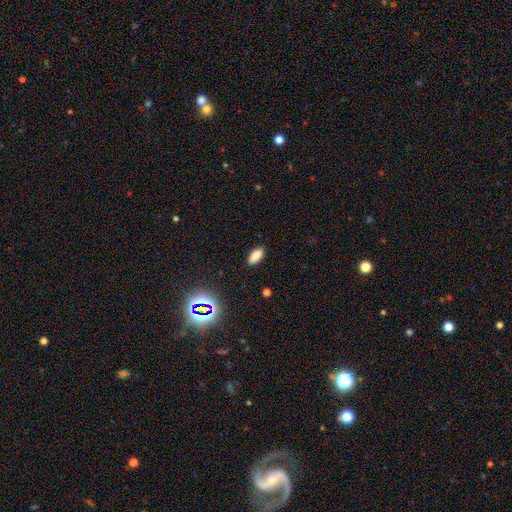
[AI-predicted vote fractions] A smooth galaxy with no disk features (84%) that is in between round and cigar-shaped (87%).

Vote fractions:
- Smooth or featured? smooth: 84% / star or artifact: 11% / featured or disk: 5%
- How rounded? in between: 87% / cigar-shaped: 10% / round: 3%
- Merging? none: 88% / minor disturbance: 9% / major disturbance: 2% / merger: 1%